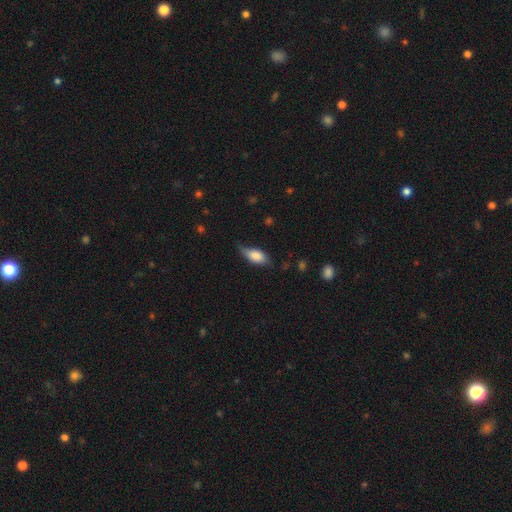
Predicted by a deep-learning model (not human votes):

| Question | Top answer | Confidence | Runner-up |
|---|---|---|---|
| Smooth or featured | smooth | 77% | featured or disk (16%) |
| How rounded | in between | 84% | cigar-shaped (13%) |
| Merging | none | 54% | minor disturbance (35%) |